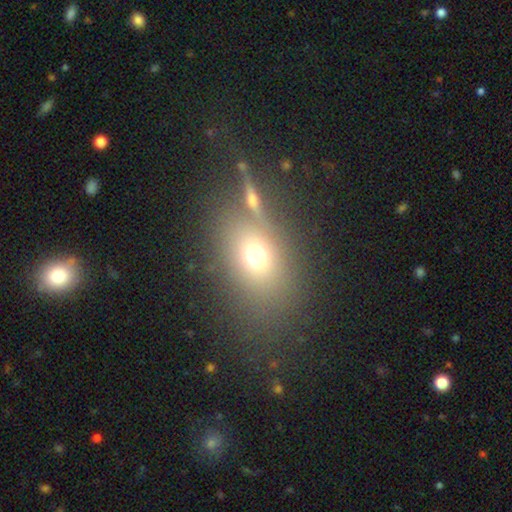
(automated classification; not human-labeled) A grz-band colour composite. It shows a smooth galaxy with no disk features (66%) that is in between round and cigar-shaped (57%). Merging: none (62%).